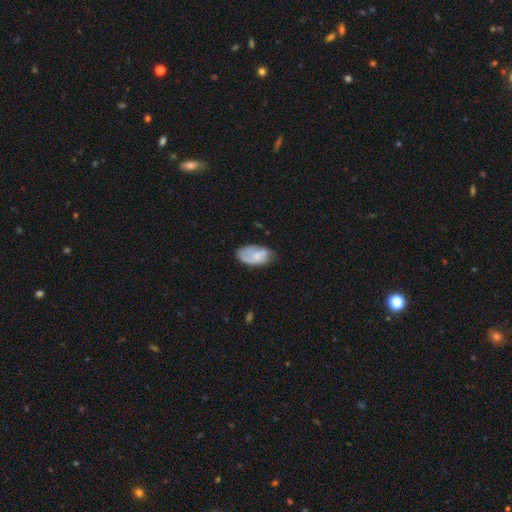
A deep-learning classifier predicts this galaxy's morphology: A smooth galaxy with no disk features (64%) that is in between round and cigar-shaped (94%). Merging: none (55%).